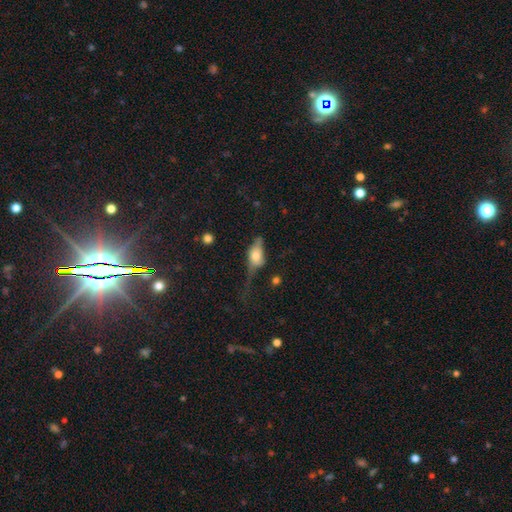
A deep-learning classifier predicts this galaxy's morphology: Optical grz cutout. It shows a smooth galaxy with no disk features (55%) that is in between round and cigar-shaped (78%). Merging: major disturbance (38%).